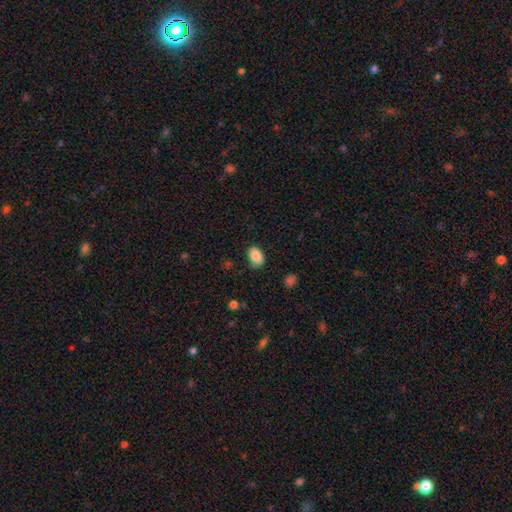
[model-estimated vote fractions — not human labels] Smooth or featured? smooth (86%)
How rounded? in between (86%)
Merging? none (77%)